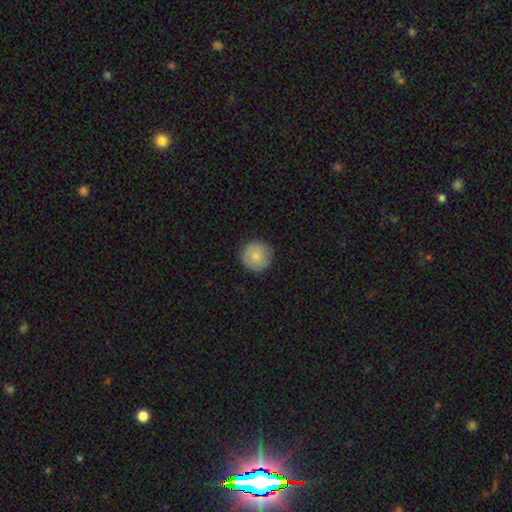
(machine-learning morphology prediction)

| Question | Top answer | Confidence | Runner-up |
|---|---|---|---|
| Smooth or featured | smooth | 80% | featured or disk (12%) |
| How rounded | round | 95% | in between (4%) |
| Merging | none | 87% | minor disturbance (10%) |